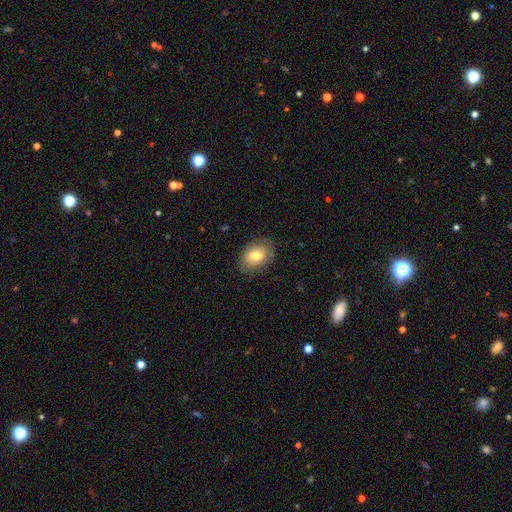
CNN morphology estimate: smooth_or_featured: smooth (p=0.73) [alt: featured or disk p=0.19]
how_rounded: in between (p=0.74) [alt: round p=0.25]
merging: none (p=0.80) [alt: minor disturbance p=0.15]